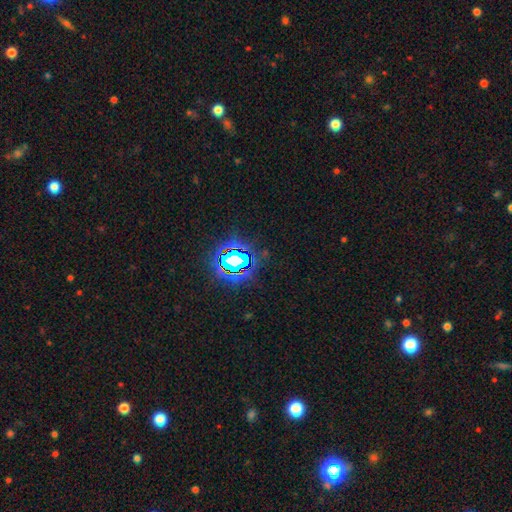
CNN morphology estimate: Overall: star or artifact (82%).